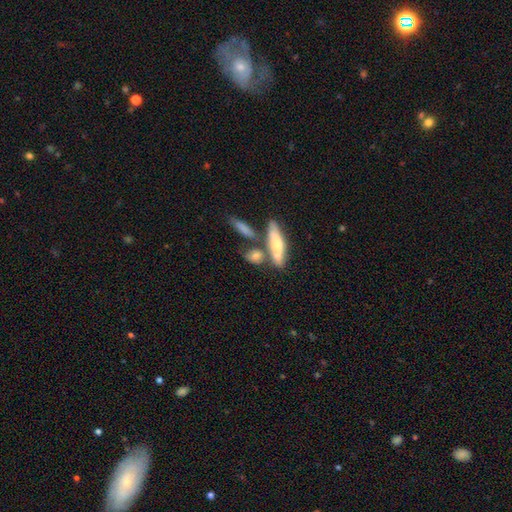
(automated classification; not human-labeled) Smooth or featured? smooth (68%)
How rounded? in between (46%)
Merging? none (55%)